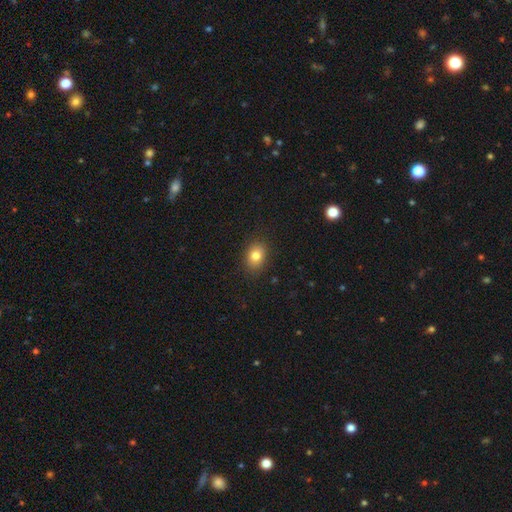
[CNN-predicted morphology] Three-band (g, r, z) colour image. It shows a smooth galaxy with no disk features (82%) that is in between round and cigar-shaped (66%). Merging: none (88%).